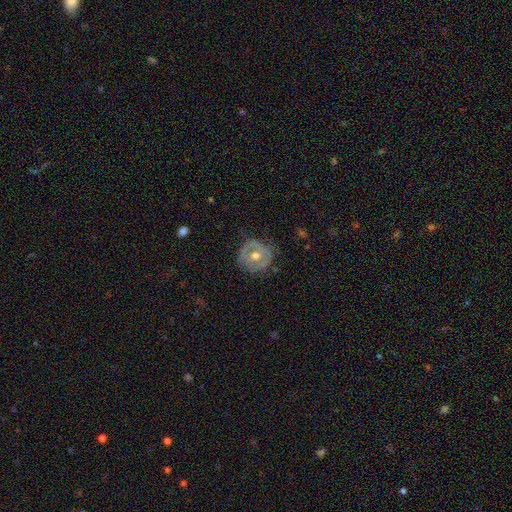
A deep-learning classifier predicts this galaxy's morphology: smooth-or-featured: featured or disk: 60% | smooth: 33% | star or artifact: 7%
  disk-edge-on: no: 96% | yes: 4%
    bar: no: 71% | weak: 22% | strong: 7%
    has-spiral-arms: no: 63% | yes: 37%
    bulge-size: moderate: 78% | small: 11% | large: 9% | none: 1% | dominant: 1%
  merging: none: 78% | minor disturbance: 16% | major disturbance: 5% | merger: 1%